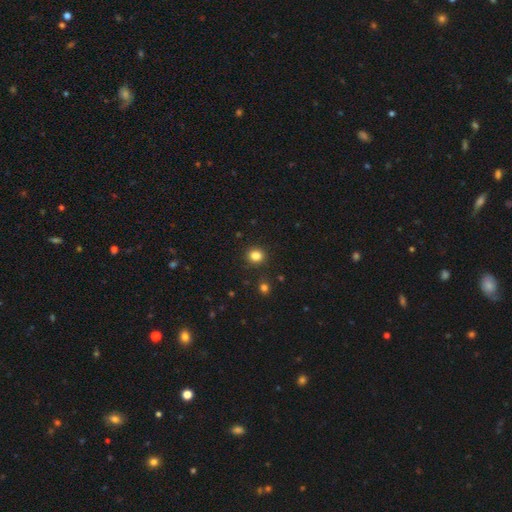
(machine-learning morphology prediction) This is clearly a smooth galaxy (83%). How rounded: clearly round (83%). Merging: clearly none (90%).